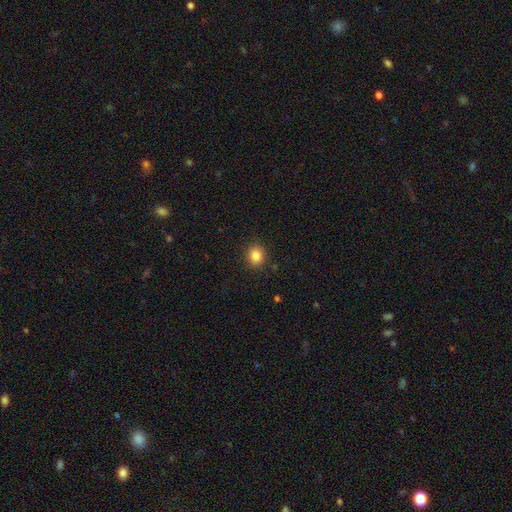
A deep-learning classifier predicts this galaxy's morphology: Overall: smooth (85%). How rounded: round (64%; in between 35%). Merging: none (88%).